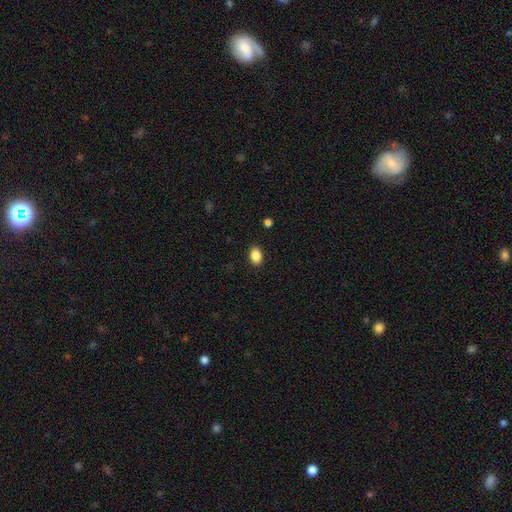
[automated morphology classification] A smooth galaxy with no disk features (87%) that is in between round and cigar-shaped (80%). Merging: none (89%).